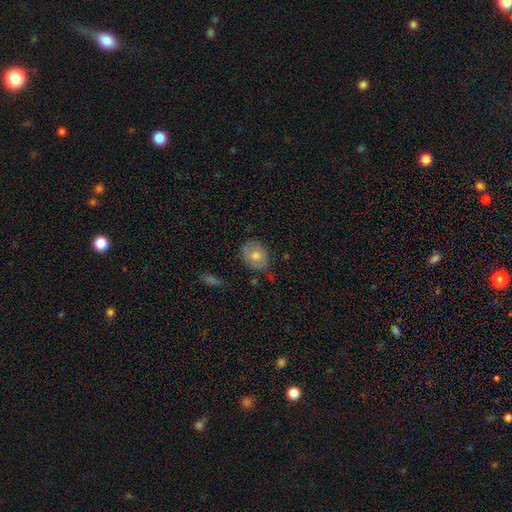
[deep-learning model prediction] Overall: smooth (66%). How rounded: round (53%; in between 45%). Merging: none (64%; minor disturbance 27%).